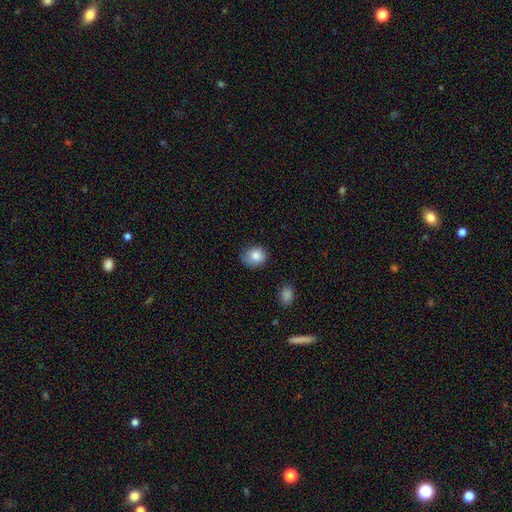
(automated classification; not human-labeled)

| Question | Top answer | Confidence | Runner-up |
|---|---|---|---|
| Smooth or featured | smooth | 84% | star or artifact (9%) |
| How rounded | round | 72% | in between (27%) |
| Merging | none | 75% | minor disturbance (20%) |